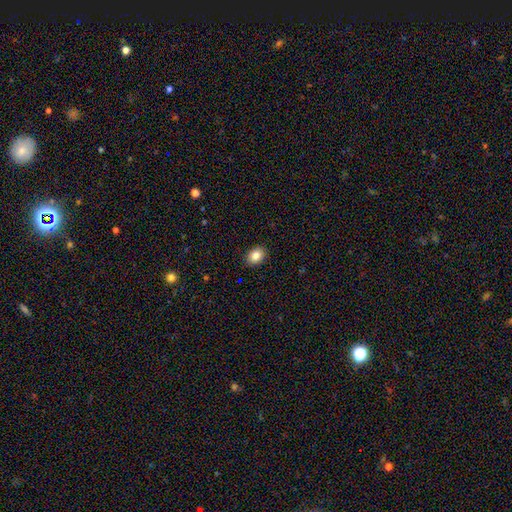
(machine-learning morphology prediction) This appears to be a smooth galaxy with no disk features (84%) that is in between round and cigar-shaped (64%). Merging: none (90%).